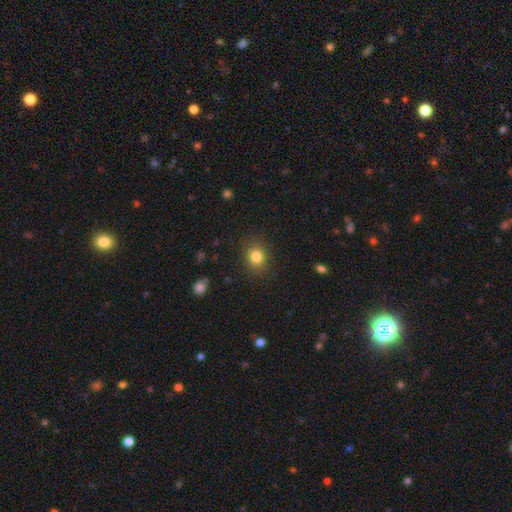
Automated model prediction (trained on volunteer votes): smooth_or_featured: smooth (p=0.82) [alt: star or artifact p=0.11]
how_rounded: round (p=0.73) [alt: in between p=0.26]
merging: none (p=0.87) [alt: minor disturbance p=0.09]